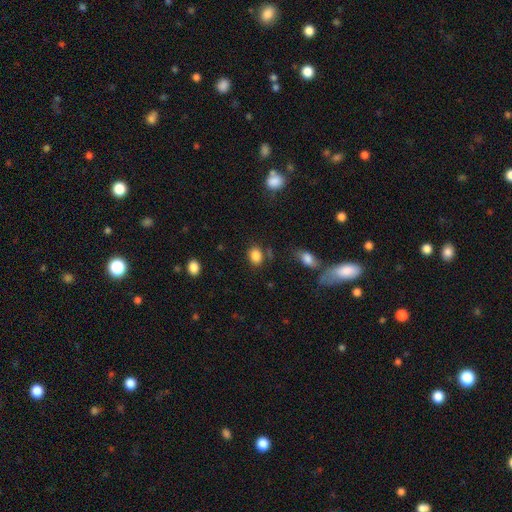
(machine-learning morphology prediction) Smooth or featured? smooth (86%)
How rounded? in between (52%)
Merging? none (77%)